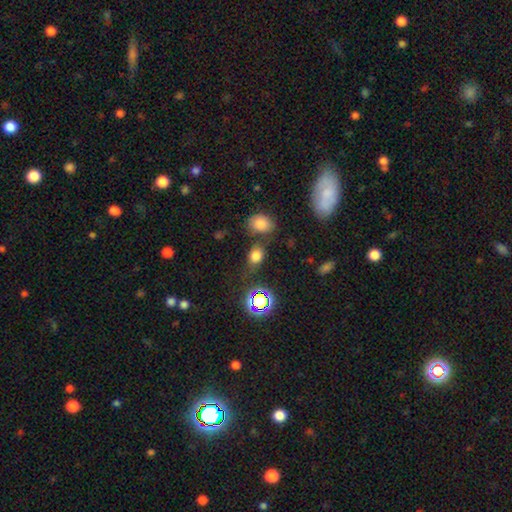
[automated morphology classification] smooth_or_featured: smooth (p=0.72) [alt: star or artifact p=0.20]
how_rounded: in between (p=0.64) [alt: round p=0.34]
merging: none (p=0.65) [alt: minor disturbance p=0.16]